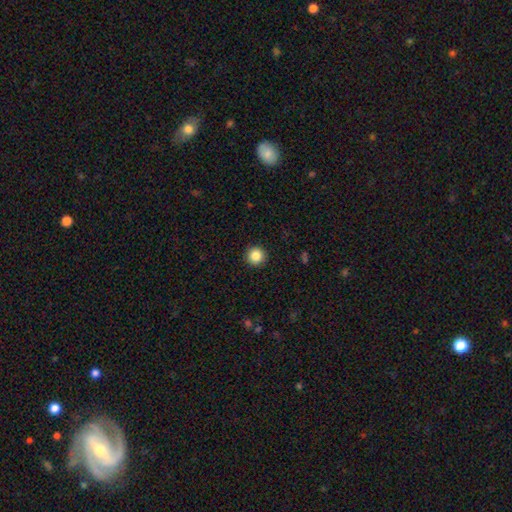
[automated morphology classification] The model was most divided on "smooth or featured": smooth: 86%, star or artifact: 10%, featured or disk: 4%. More confident: how rounded — round (96%); merging — none (93%).